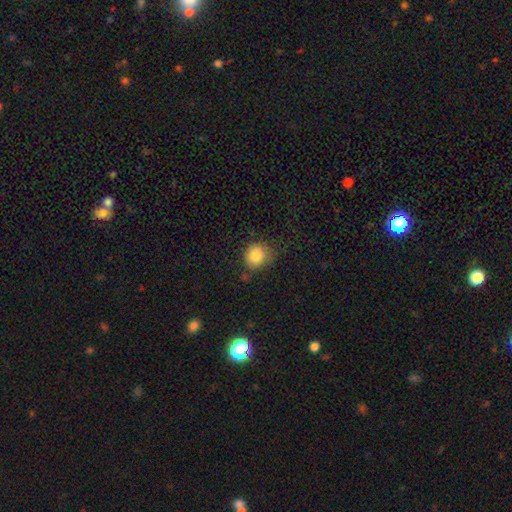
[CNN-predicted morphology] smooth-or-featured: smooth: 83% | star or artifact: 10% | featured or disk: 7%
  how-rounded: round: 79% | in between: 20% | cigar-shaped: 1%
  merging: none: 69% | minor disturbance: 22% | major disturbance: 5% | merger: 3%